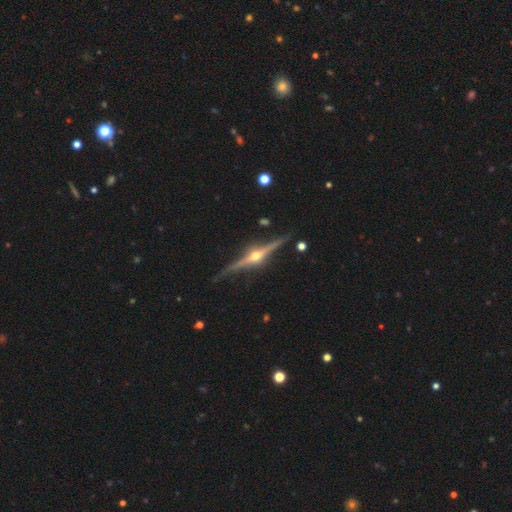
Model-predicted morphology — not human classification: type=featured or disk (89%); edge-on=yes (98%); edge-on bulge=rounded (96%); merging=none (88%).